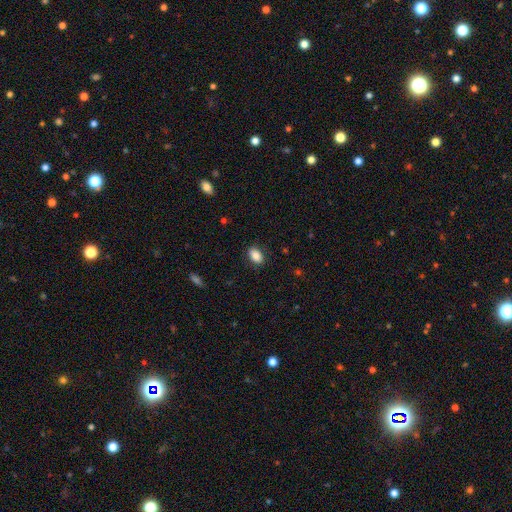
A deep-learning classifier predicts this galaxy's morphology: This is clearly a smooth galaxy (87%). How rounded: clearly in between (87%). Merging: clearly none (86%).